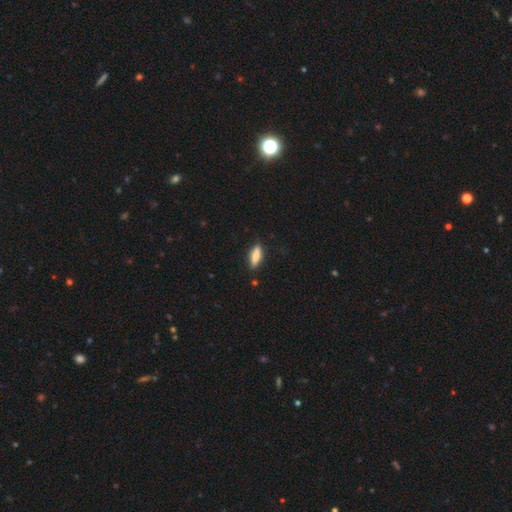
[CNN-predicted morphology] Q: Smooth or featured?
A: smooth (77%); runner-up: featured or disk (17%)
Q: How rounded?
A: cigar-shaped (50%); runner-up: in between (48%)
Q: Merging?
A: none (85%); runner-up: minor disturbance (12%)